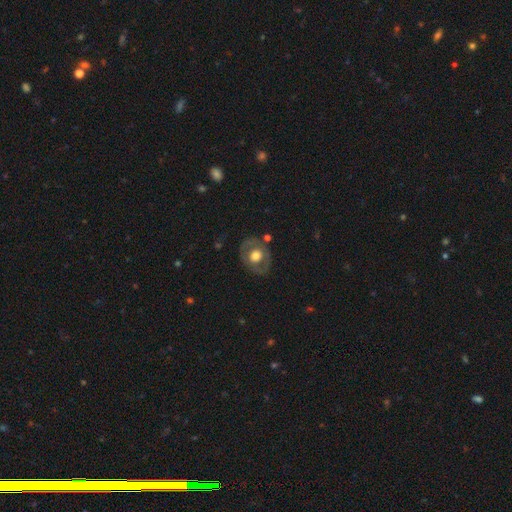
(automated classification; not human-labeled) A featured or disk galaxy (50%).

Vote fractions:
- Smooth or featured? featured or disk: 50% / smooth: 44% / star or artifact: 6%
- Merging? none: 76% / minor disturbance: 15% / major disturbance: 7% / merger: 3%